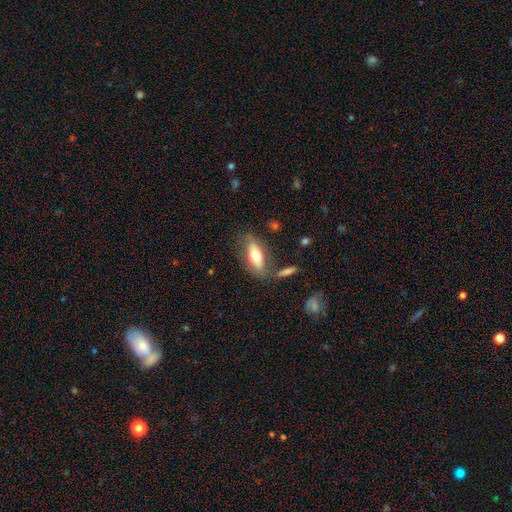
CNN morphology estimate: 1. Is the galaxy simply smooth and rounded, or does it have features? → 61% smooth, 33% featured or disk, 6% star or artifact.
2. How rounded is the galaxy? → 75% in between, 22% cigar-shaped, 3% round.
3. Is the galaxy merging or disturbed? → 70% none, 17% minor disturbance, 7% merger, 6% major disturbance.